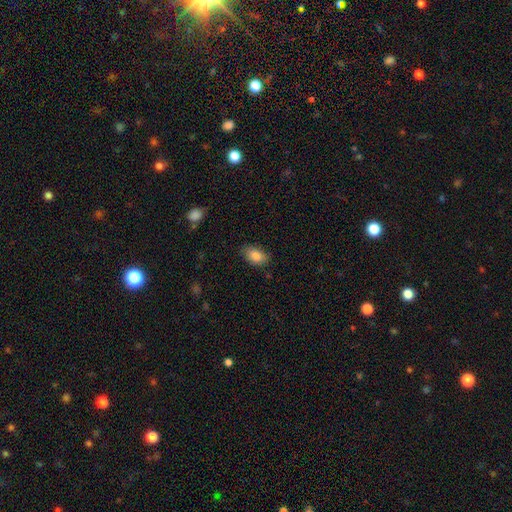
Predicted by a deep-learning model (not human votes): This is clearly a smooth galaxy (86%). How rounded: clearly in between (89%). Merging: clearly none (83%).